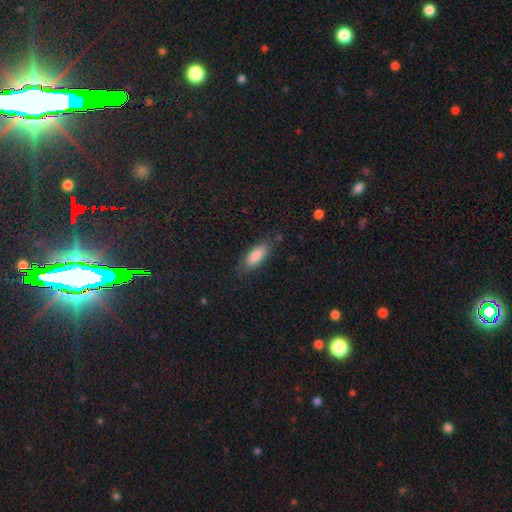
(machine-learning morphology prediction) The model was most divided on "how rounded": in between: 71%, cigar-shaped: 27%, round: 2%. More confident: smooth or featured — smooth (84%); merging — none (80%).